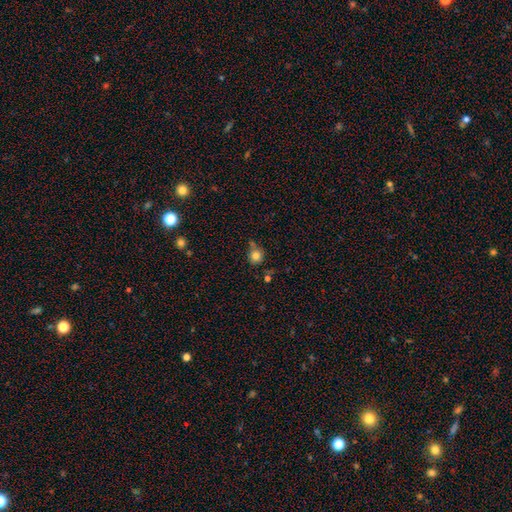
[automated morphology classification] Smooth or featured?
  - smooth: 81% *
  - star or artifact: 12%
  - featured or disk: 8%
How rounded?
  - round: 87% *
  - in between: 12%
  - cigar-shaped: 1%
Merging?
  - none: 62% *
  - minor disturbance: 20%
  - merger: 12%
  - major disturbance: 6%